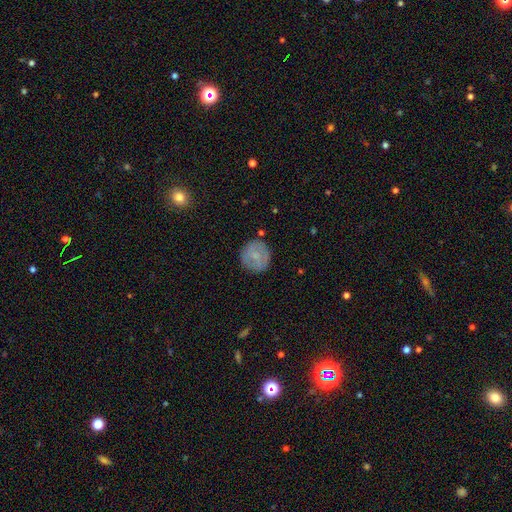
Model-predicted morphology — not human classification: A smooth galaxy with no disk features (64%) that is round (91%). Merging: none (83%).